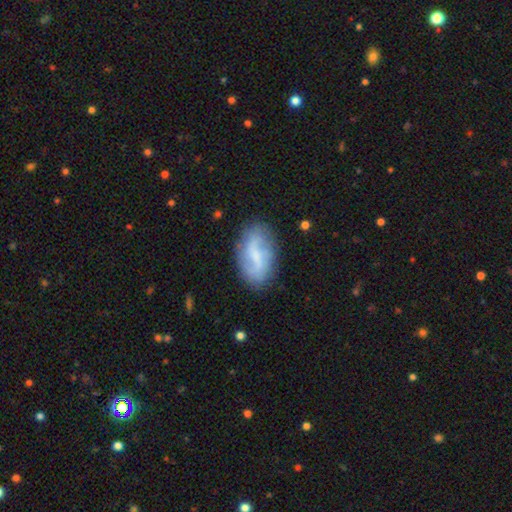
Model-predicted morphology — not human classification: featured or disk 58%, smooth 35%, star or artifact 8%. Down the decision tree: edge-on disk — no (95%); bar — weak (51%); spiral arms — yes (80%); bulge size — small (40%); merging — none (77%).